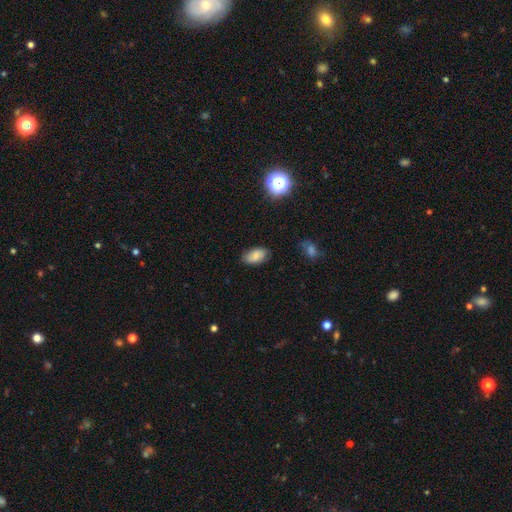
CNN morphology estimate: A smooth galaxy with no disk features (78%) that is in between round and cigar-shaped (93%). Merging: none (81%).